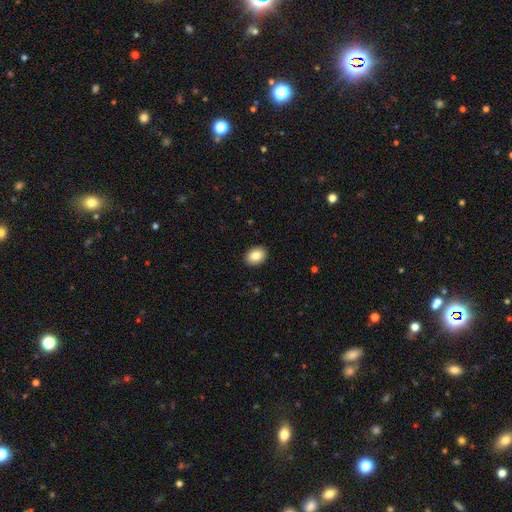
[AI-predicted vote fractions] The model was most divided on "how rounded": in between: 75%, round: 25%, cigar-shaped: 1%. More confident: merging — none (91%); smooth or featured — smooth (85%).